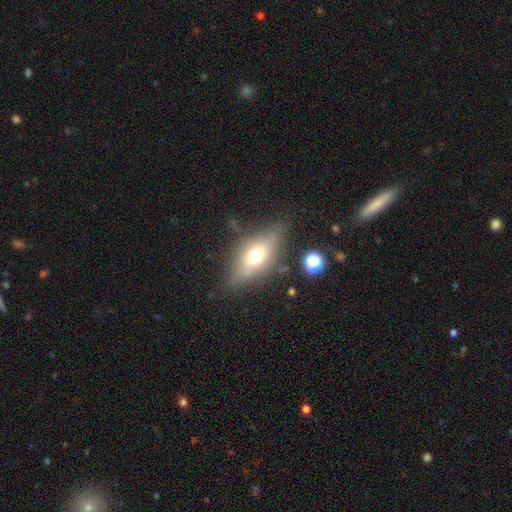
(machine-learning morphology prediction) Smooth or featured? smooth (50%)
Merging? none (71%)